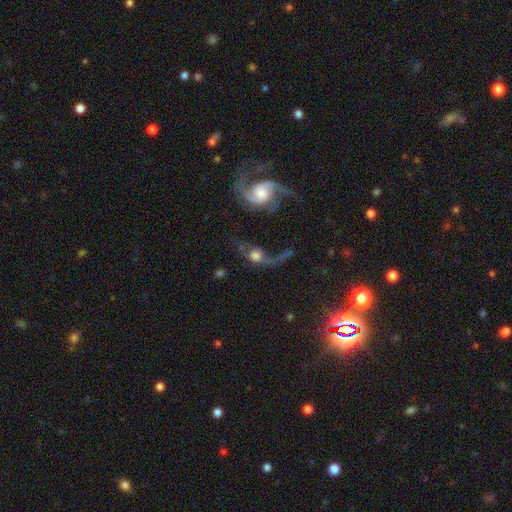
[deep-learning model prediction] Overall: featured or disk (54%; smooth 34%). Edge-on disk: no (89%). Merging: major disturbance (39%; none 25%).